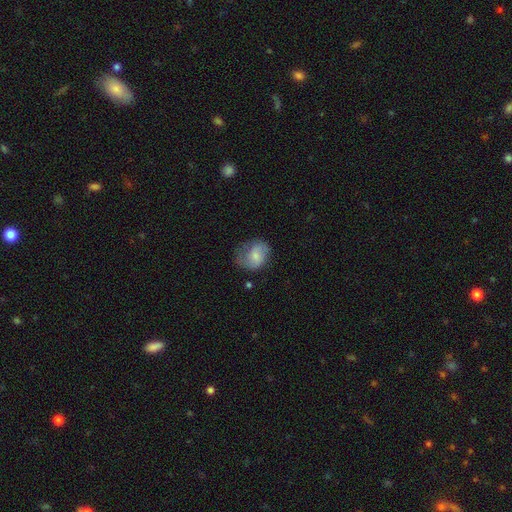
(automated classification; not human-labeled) Smooth or featured? smooth (52%)
How rounded? in between (51%)
Merging? none (49%)